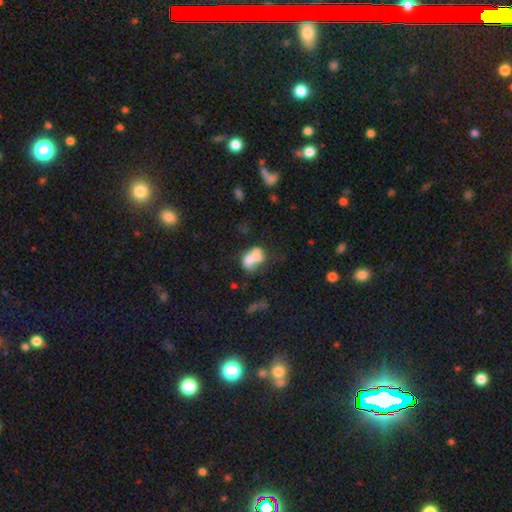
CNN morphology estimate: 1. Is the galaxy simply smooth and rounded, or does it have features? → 59% smooth, 30% featured or disk, 11% star or artifact.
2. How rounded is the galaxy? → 68% in between, 29% round, 2% cigar-shaped.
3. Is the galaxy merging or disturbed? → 58% merger, 21% none, 11% major disturbance, 11% minor disturbance.